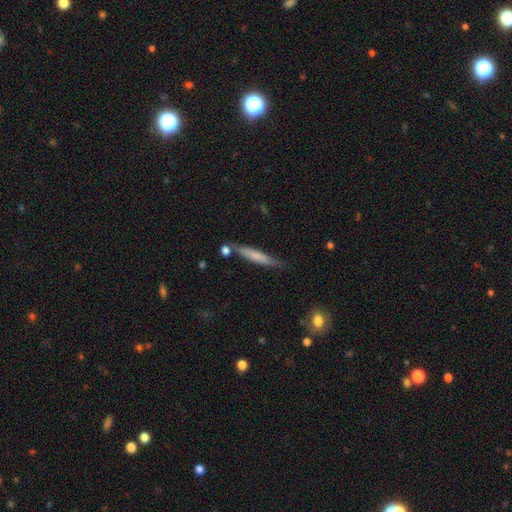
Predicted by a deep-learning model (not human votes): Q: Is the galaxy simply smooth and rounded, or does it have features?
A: smooth — 65%.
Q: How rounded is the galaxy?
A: cigar-shaped — 92%.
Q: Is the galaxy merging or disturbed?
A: none — 74%.